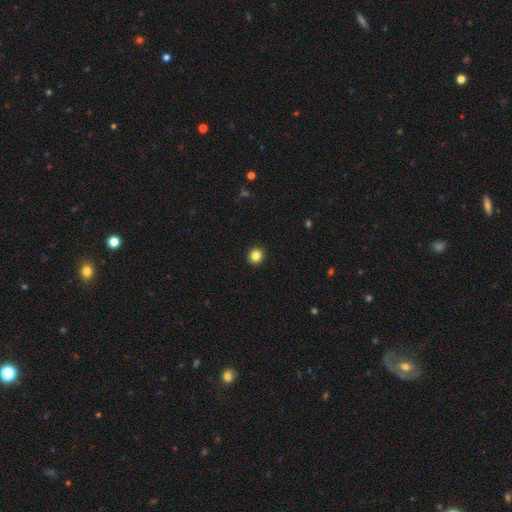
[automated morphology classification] type=smooth (85%); roundness=round (82%); merging=none (93%).